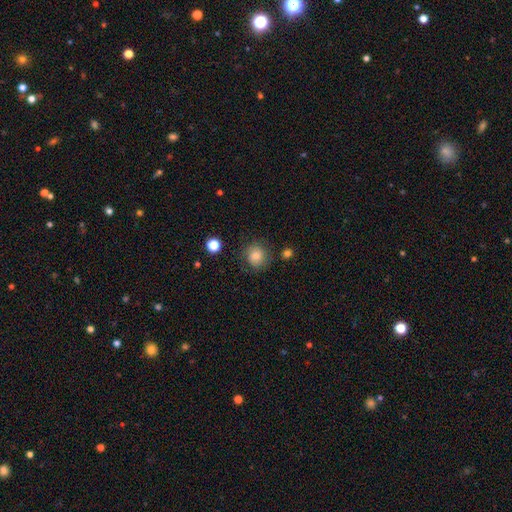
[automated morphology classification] The model was most divided on "merging": none: 79%, minor disturbance: 13%, major disturbance: 5%, merger: 3%. More confident: how rounded — round (87%); smooth or featured — smooth (78%).